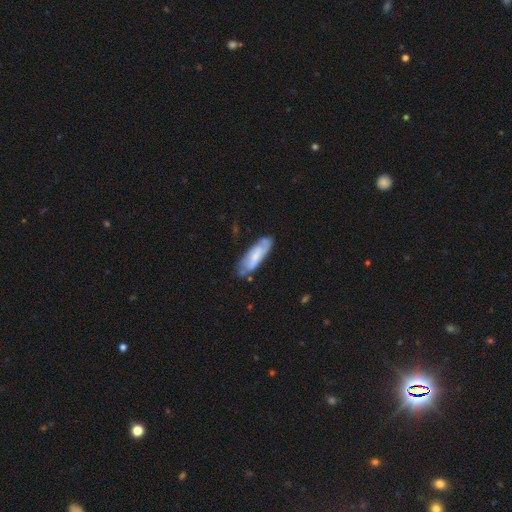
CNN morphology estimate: smooth_or_featured: smooth (p=0.49) [alt: featured or disk p=0.45]
merging: none (p=0.64) [alt: minor disturbance p=0.24]